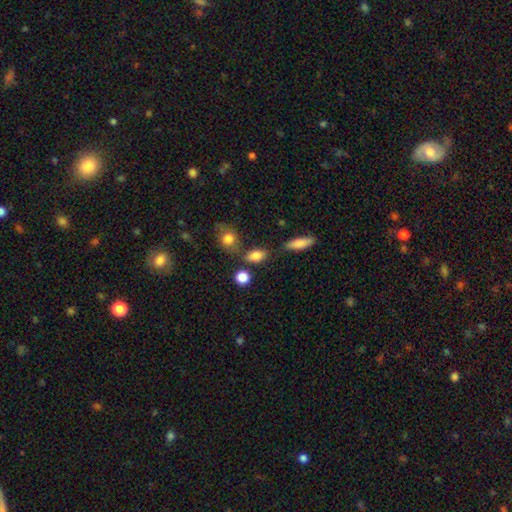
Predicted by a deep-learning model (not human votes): The model was most divided on "merging": none: 69%, minor disturbance: 15%, merger: 11%, major disturbance: 5%. More confident: smooth or featured — smooth (83%); how rounded — in between (74%).